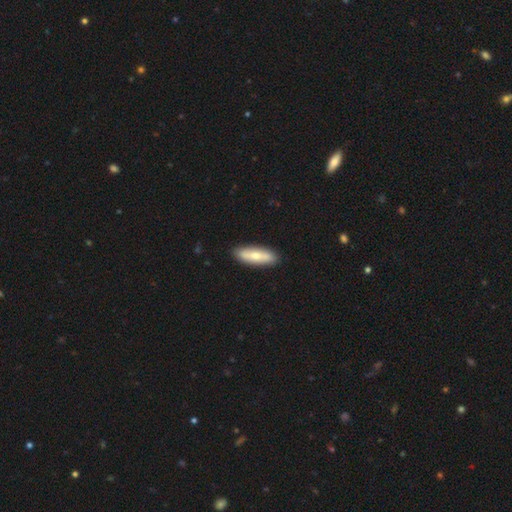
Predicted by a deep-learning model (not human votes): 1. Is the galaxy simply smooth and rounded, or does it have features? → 62% smooth, 33% featured or disk, 5% star or artifact.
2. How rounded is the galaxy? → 53% in between, 45% cigar-shaped, 2% round.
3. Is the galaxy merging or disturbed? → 88% none, 9% minor disturbance, 2% major disturbance, 2% merger.